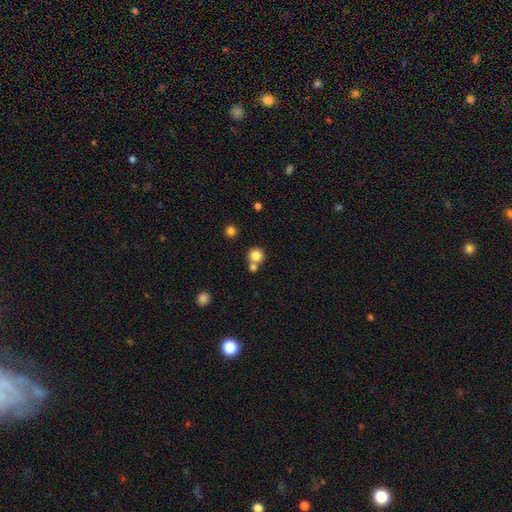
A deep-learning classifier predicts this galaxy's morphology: Q: Smooth or featured?
A: smooth (82%); runner-up: star or artifact (11%)
Q: How rounded?
A: round (90%); runner-up: in between (9%)
Q: Merging?
A: none (57%); runner-up: merger (34%)